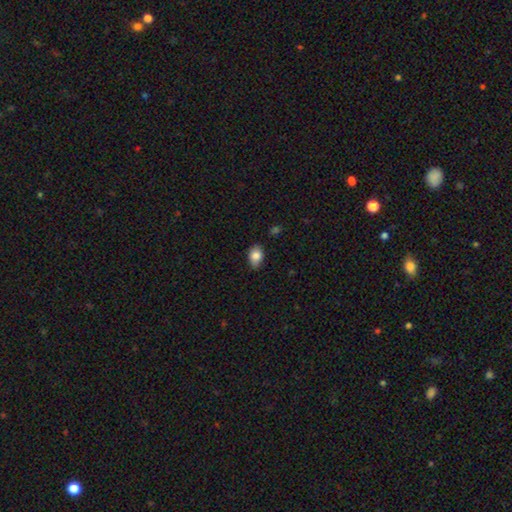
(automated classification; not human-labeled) Overall: smooth (85%). How rounded: in between (85%). Merging: none (79%).